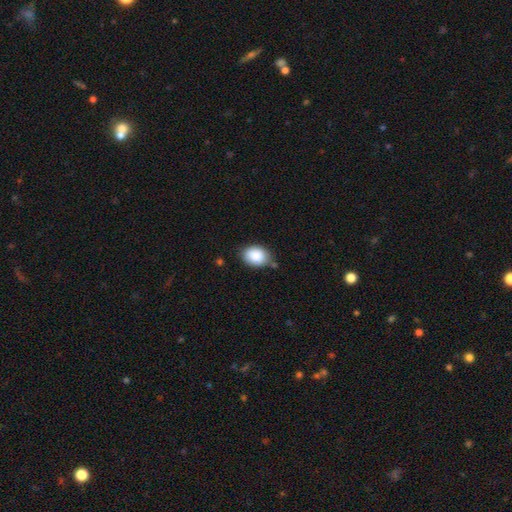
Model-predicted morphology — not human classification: The model was most divided on "how rounded": in between: 75%, round: 24%, cigar-shaped: 1%. More confident: smooth or featured — smooth (88%); merging — none (74%).